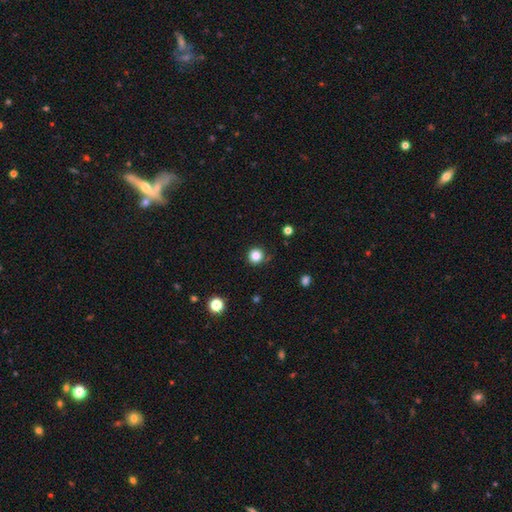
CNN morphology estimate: A smooth galaxy with no disk features (84%) that is round (95%). Merging: none (87%).